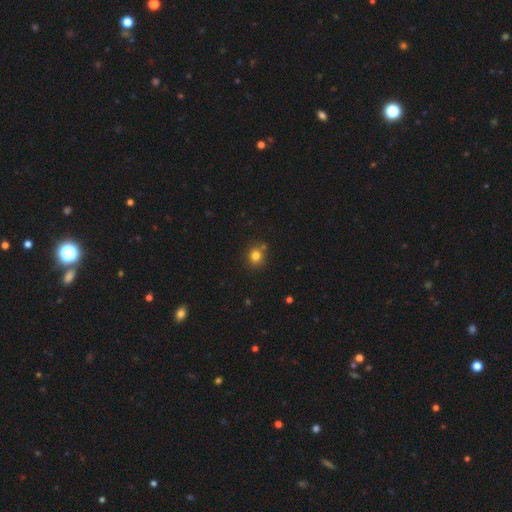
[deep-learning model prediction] Smooth or featured: smooth — 80% (star or artifact — 13%)
How rounded: round — 87% (in between — 12%)
Merging: none — 77% (minor disturbance — 11%)